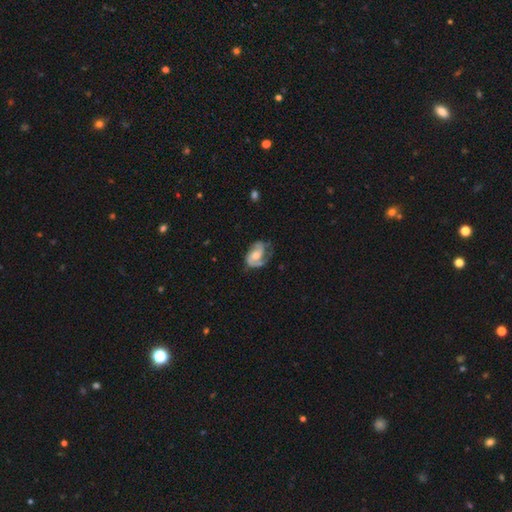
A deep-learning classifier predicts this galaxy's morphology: Overall: featured or disk (75%). Edge-on disk: no (97%). Bar: no (56%; weak 35%). Spiral arms: yes (92%). Spiral arm count: 2 (74%). Spiral winding: medium (47%; tight 28%). Bulge size: moderate (55%; small 25%). Merging: none (52%; minor disturbance 26%).